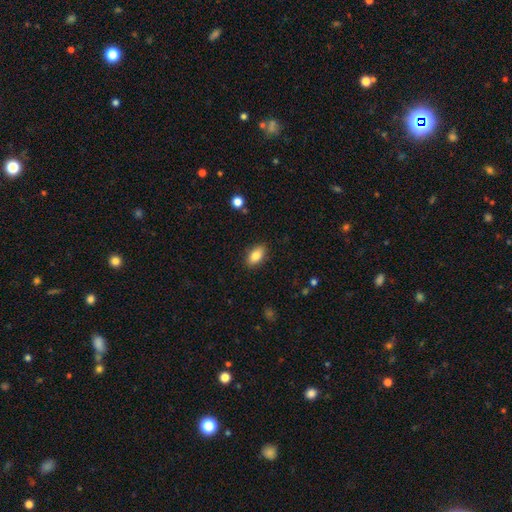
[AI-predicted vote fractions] This appears to be a smooth galaxy with no disk features (84%) that is in between round and cigar-shaped (90%). Merging: none (87%).